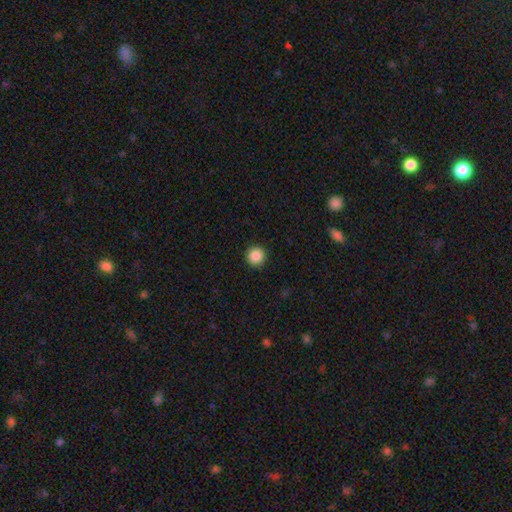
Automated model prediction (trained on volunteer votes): Q: Smooth or featured?
A: smooth (87%); runner-up: star or artifact (9%)
Q: How rounded?
A: round (96%); runner-up: in between (3%)
Q: Merging?
A: none (93%); runner-up: minor disturbance (5%)